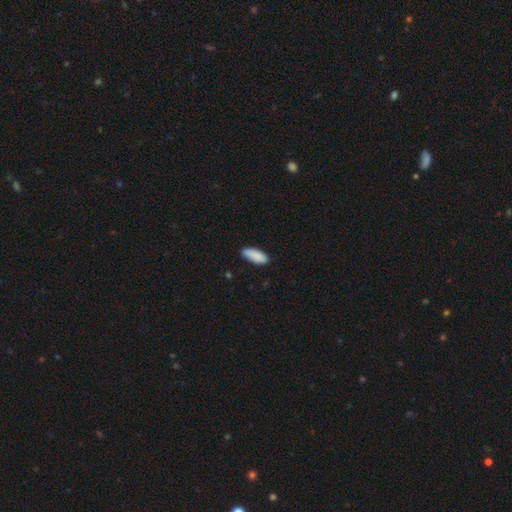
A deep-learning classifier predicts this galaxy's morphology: Smooth or featured? smooth (88%)
How rounded? in between (75%)
Merging? none (84%)